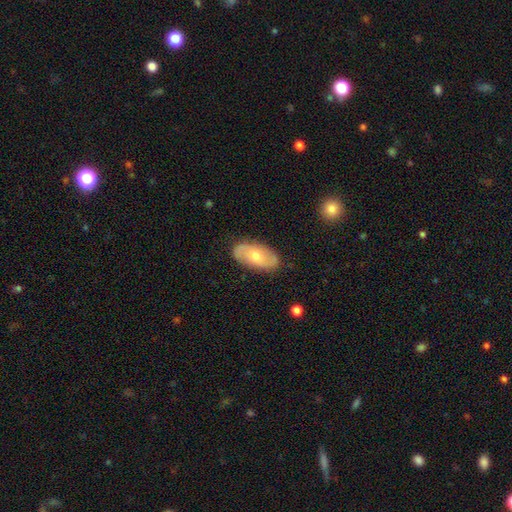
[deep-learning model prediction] smooth-or-featured: featured or disk: 51% | smooth: 43% | star or artifact: 6%
  disk-edge-on: no: 90% | yes: 10%
  merging: none: 84% | minor disturbance: 12% | major disturbance: 3% | merger: 1%